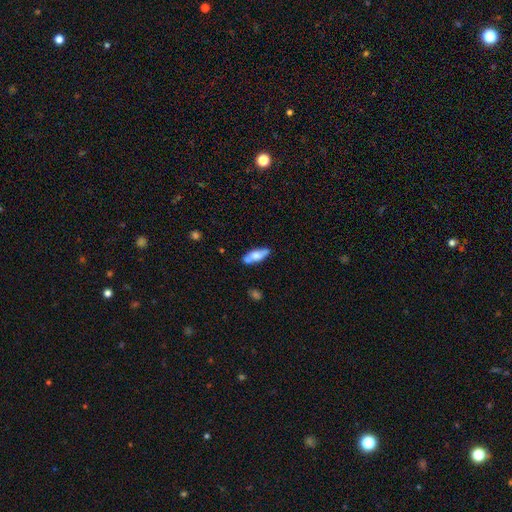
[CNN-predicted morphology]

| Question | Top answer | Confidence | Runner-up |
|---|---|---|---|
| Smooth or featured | smooth | 62% | featured or disk (31%) |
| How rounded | in between | 64% | cigar-shaped (33%) |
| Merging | none | 53% | merger (23%) |